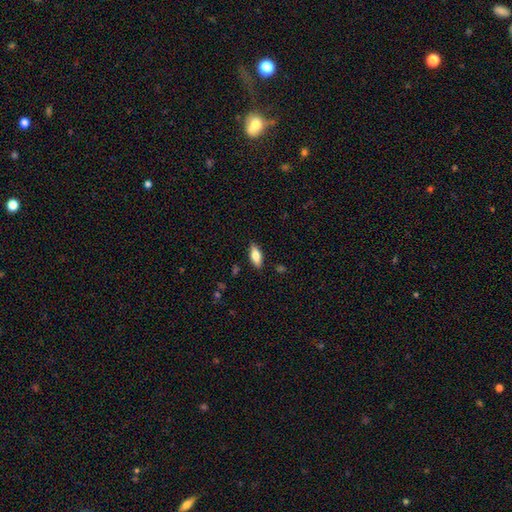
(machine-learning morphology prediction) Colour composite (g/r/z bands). It shows a smooth galaxy with no disk features (75%) that is in between round and cigar-shaped (77%). Merging: none (86%).